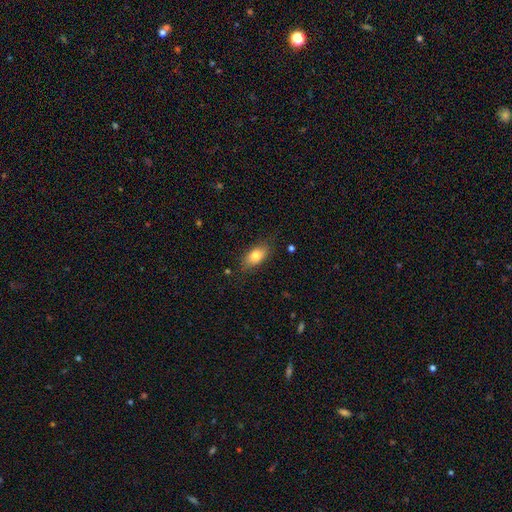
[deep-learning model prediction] Smooth or featured? smooth (80%)
How rounded? in between (88%)
Merging? none (81%)